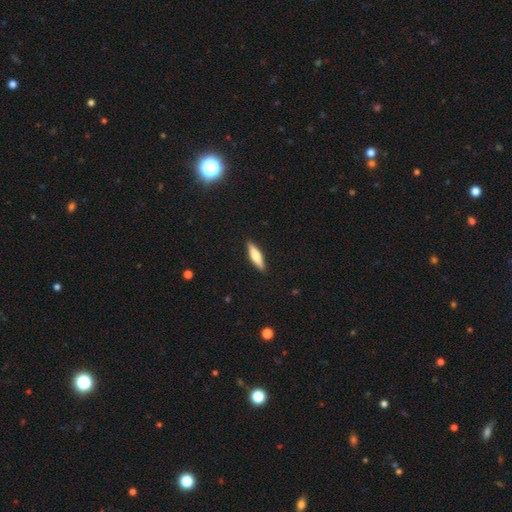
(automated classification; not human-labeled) Morphology: type=smooth (61%); roundness=cigar-shaped (69%); merging=none (90%).